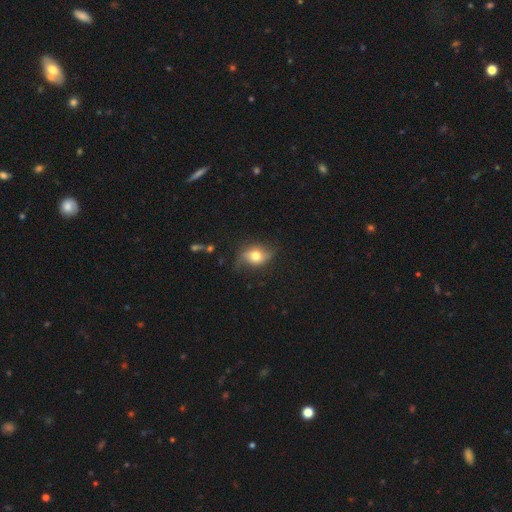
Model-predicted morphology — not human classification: smooth-or-featured: smooth: 61% | featured or disk: 30% | star or artifact: 9%
  how-rounded: in between: 65% | round: 32% | cigar-shaped: 2%
  merging: none: 65% | minor disturbance: 25% | major disturbance: 8% | merger: 2%